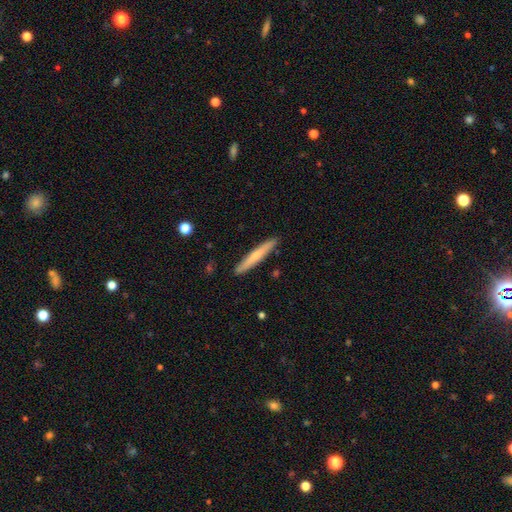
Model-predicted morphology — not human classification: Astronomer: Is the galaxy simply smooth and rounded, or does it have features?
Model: smooth — 59% (runner-up: featured or disk, 36%).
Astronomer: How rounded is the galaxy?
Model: cigar-shaped — 95%.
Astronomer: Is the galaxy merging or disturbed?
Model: none — 90%.